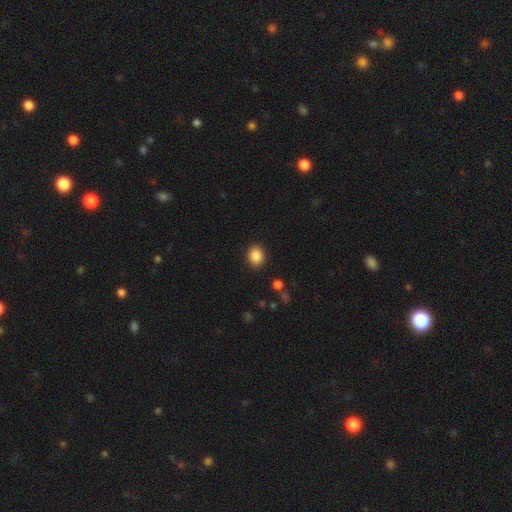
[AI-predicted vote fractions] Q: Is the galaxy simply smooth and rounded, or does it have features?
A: smooth — 86%.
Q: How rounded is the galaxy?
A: round — 63%.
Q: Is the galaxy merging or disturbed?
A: none — 90%.